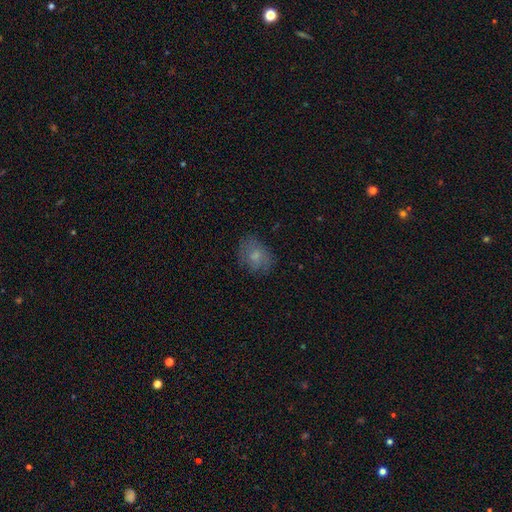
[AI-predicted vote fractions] Q: Smooth or featured?
A: smooth (65%); runner-up: featured or disk (25%)
Q: How rounded?
A: in between (61%); runner-up: round (38%)
Q: Merging?
A: none (71%); runner-up: minor disturbance (21%)